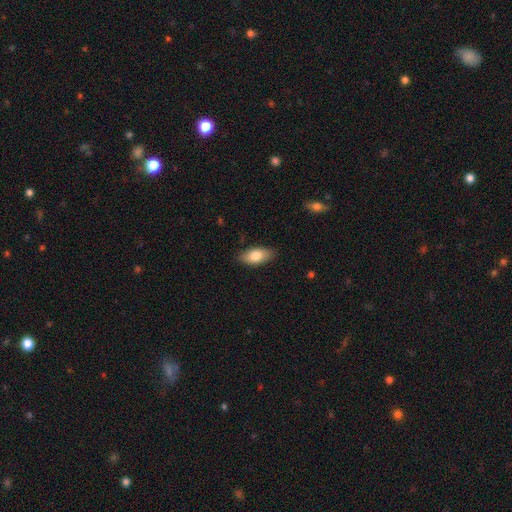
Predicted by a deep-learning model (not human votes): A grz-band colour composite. It shows a smooth galaxy with no disk features (81%) that is in between round and cigar-shaped (89%). Merging: none (86%).